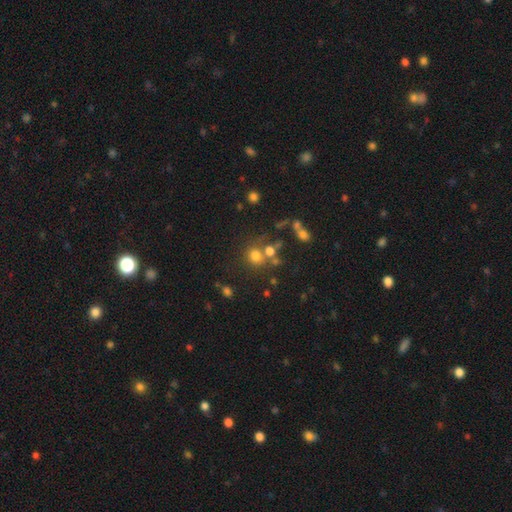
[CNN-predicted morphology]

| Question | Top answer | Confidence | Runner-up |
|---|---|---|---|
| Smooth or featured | smooth | 45% | star or artifact (41%) |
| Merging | none | 55% | merger (30%) |